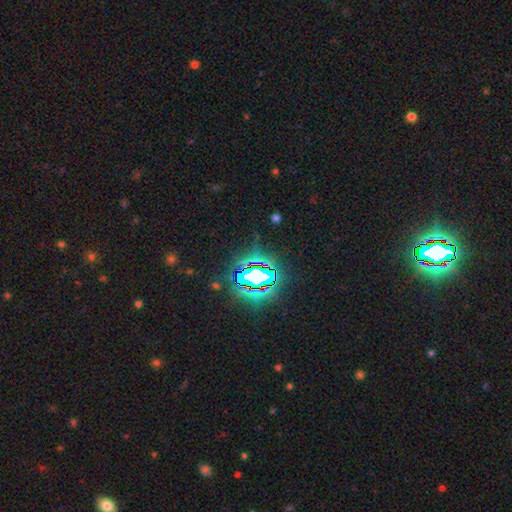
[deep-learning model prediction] Smooth or featured? Predicted: star or artifact (p=0.80).